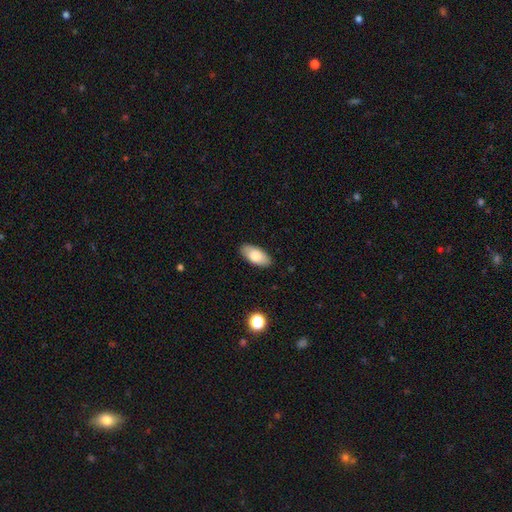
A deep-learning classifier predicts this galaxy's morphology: smooth 78%, featured or disk 16%, star or artifact 7%. Down the decision tree: how rounded — in between (92%); merging — none (89%).